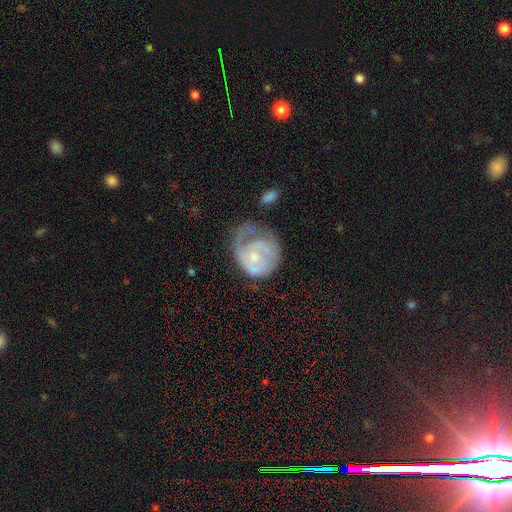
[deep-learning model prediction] A featured or disk galaxy (71%) with no bar (71%), 1 (40%) tight (52%) spiral arms (80%) and a small central bulge (54%). Merging: major disturbance (35%).